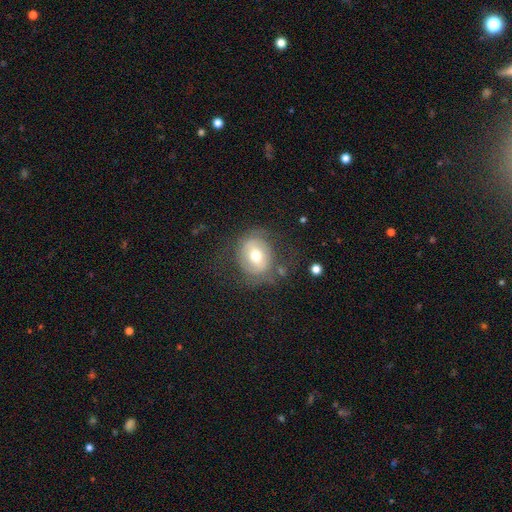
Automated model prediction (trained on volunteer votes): This is possibly a smooth galaxy (47%). Merging: likely none (64%).